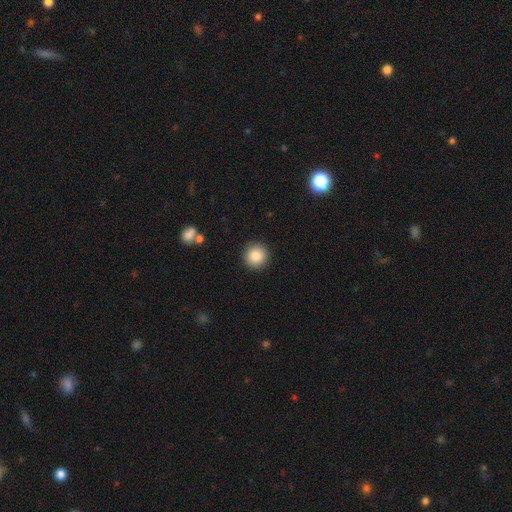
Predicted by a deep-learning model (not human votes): This is clearly a smooth galaxy (86%). How rounded: clearly round (95%). Merging: clearly none (91%).